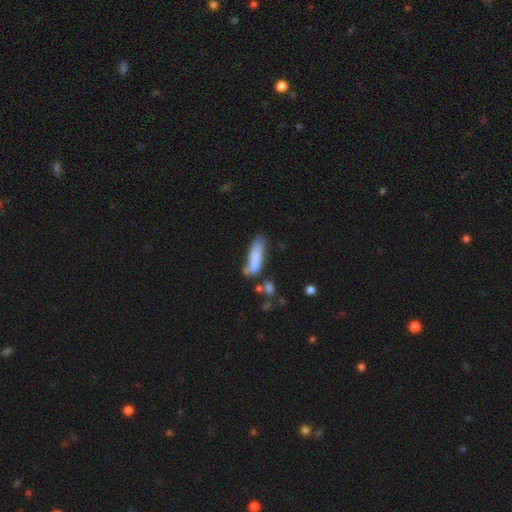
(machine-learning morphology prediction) Q: Smooth or featured?
A: smooth (75%); runner-up: featured or disk (17%)
Q: How rounded?
A: cigar-shaped (61%); runner-up: in between (37%)
Q: Merging?
A: none (41%); runner-up: minor disturbance (26%)